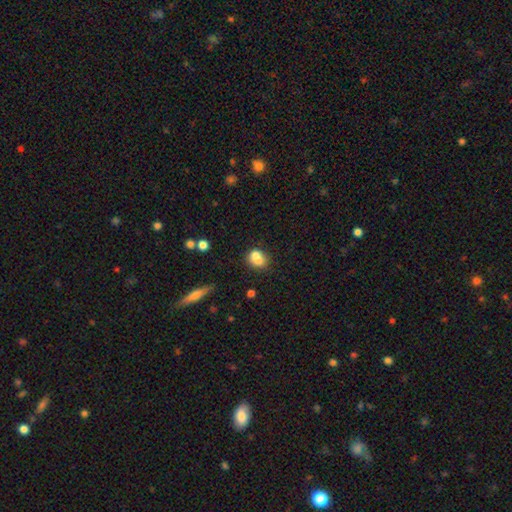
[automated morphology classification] This is likely a smooth galaxy (73%). How rounded: possibly round (51%). Merging: possibly merger (50%).